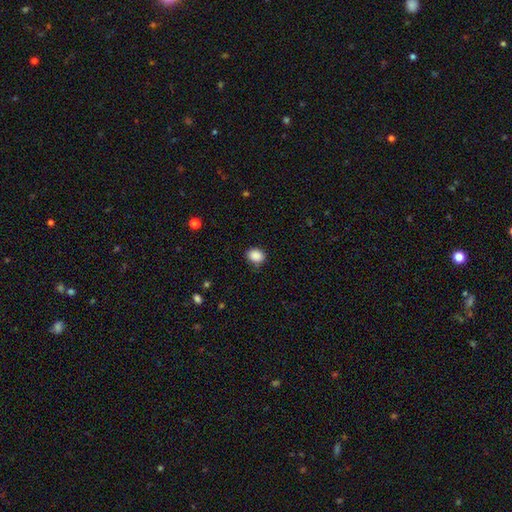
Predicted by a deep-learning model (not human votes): A smooth galaxy with no disk features (89%) that is round (53%).

Vote fractions:
- Smooth or featured? smooth: 89% / star or artifact: 9% / featured or disk: 3%
- How rounded? round: 53% / in between: 46% / cigar-shaped: 1%
- Merging? none: 84% / minor disturbance: 12% / major disturbance: 3% / merger: 1%